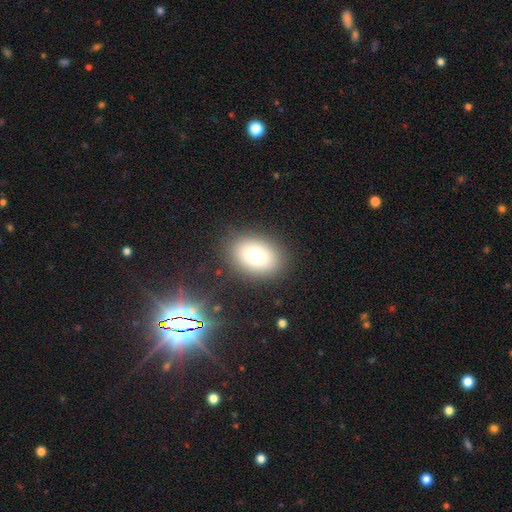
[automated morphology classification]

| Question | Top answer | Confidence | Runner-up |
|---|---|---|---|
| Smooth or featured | smooth | 71% | featured or disk (17%) |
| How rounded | in between | 76% | round (22%) |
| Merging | none | 83% | minor disturbance (10%) |